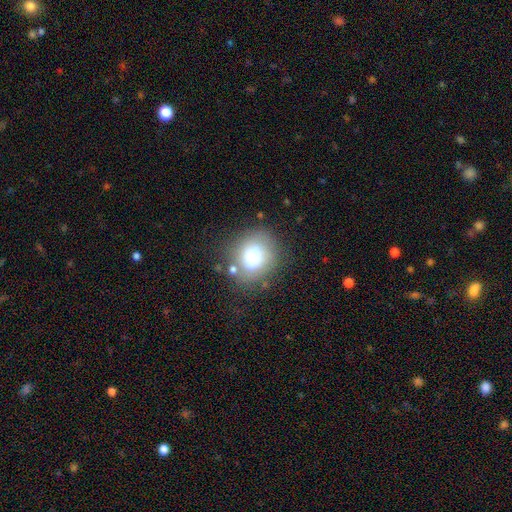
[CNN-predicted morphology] smooth-or-featured: smooth: 75% | featured or disk: 15% | star or artifact: 10%
  how-rounded: round: 72% | in between: 27% | cigar-shaped: 1%
  merging: none: 73% | minor disturbance: 16% | major disturbance: 6% | merger: 5%